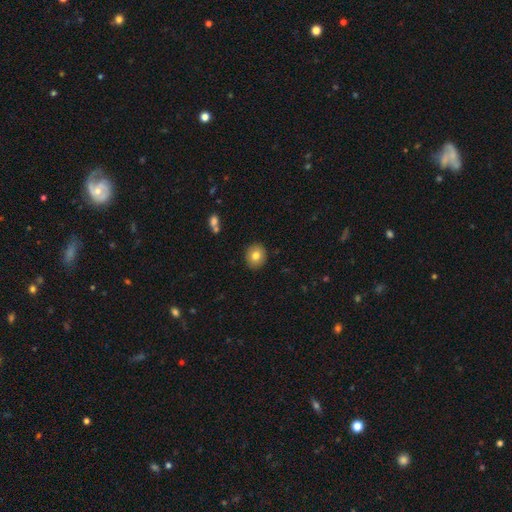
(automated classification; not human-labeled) The model was most divided on "how rounded": round: 79%, in between: 21%, cigar-shaped: 1%. More confident: merging — none (90%); smooth or featured — smooth (78%).